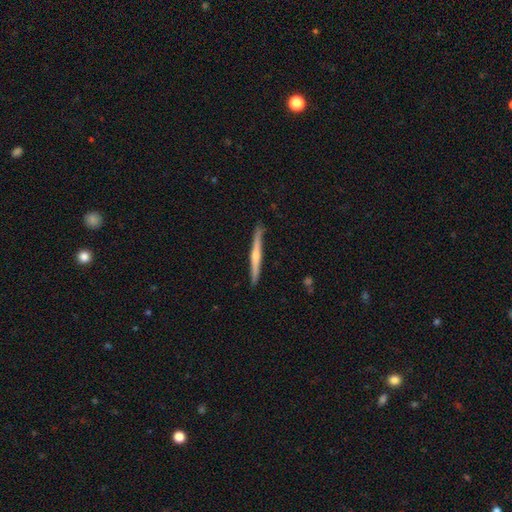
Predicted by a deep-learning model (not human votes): A featured or disk galaxy (67%) viewed edge-on (98%) with a rounded central bulge (70%).

Vote fractions:
- Smooth or featured? featured or disk: 67% / smooth: 27% / star or artifact: 6%
- Edge-on disk? yes: 98% / no: 2%
- Edge-on bulge? rounded: 70% / none: 24% / boxy: 7%
- Merging? none: 90% / minor disturbance: 8% / major disturbance: 1% / merger: 1%